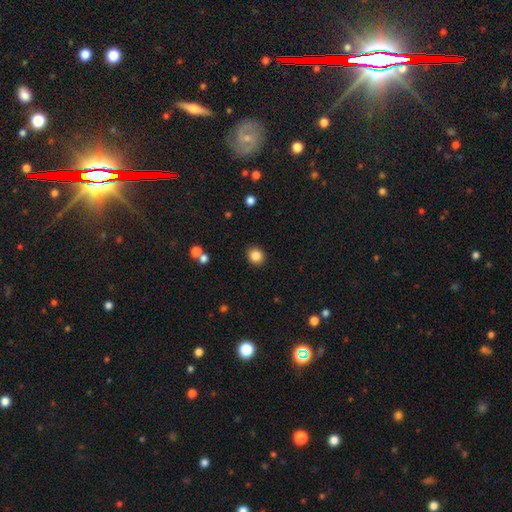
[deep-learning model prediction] smooth-or-featured: smooth: 85% | star or artifact: 10% | featured or disk: 5%
  how-rounded: round: 76% | in between: 23% | cigar-shaped: 1%
  merging: none: 91% | minor disturbance: 6% | major disturbance: 2% | merger: 1%